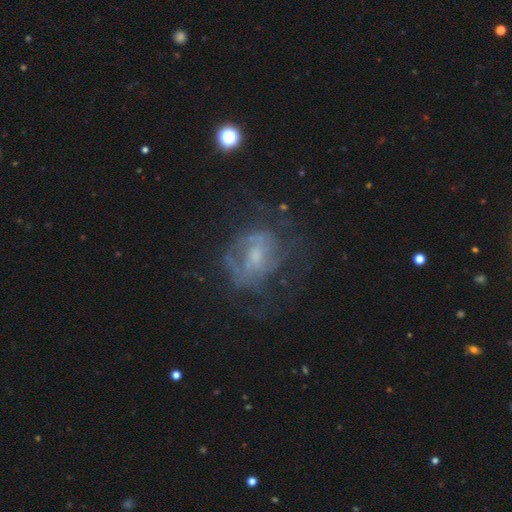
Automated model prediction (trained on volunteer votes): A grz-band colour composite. It shows a featured or disk galaxy (68%) with no bar (56%), spiral arms (55%) and a small central bulge (49%). Merging: none (52%).